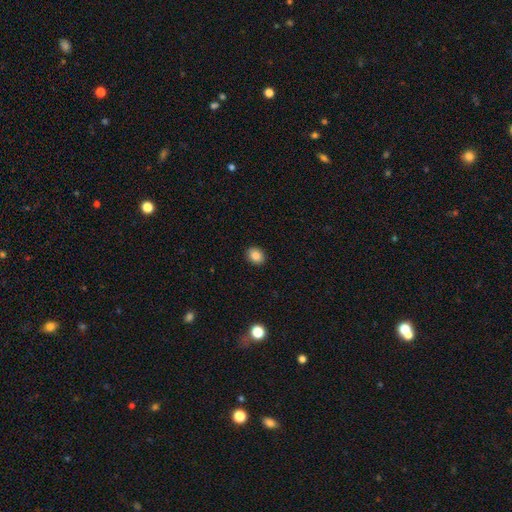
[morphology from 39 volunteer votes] Overall: smooth (87%). How rounded: in between (50%; round 47%). Merging: none (91%).